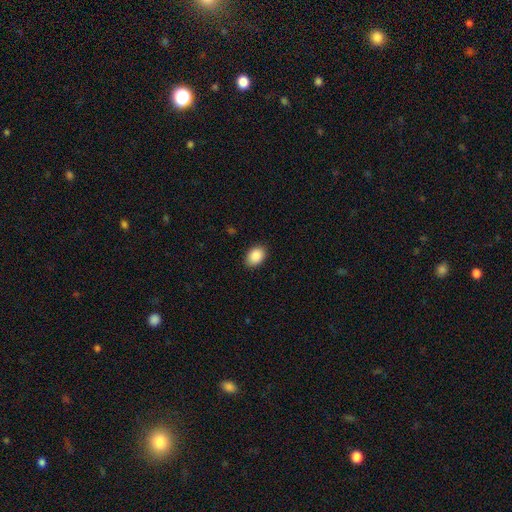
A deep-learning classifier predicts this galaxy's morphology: Smooth or featured?
  - smooth: 90% *
  - star or artifact: 7%
  - featured or disk: 3%
How rounded?
  - in between: 75% *
  - round: 24%
  - cigar-shaped: 1%
Merging?
  - none: 88% *
  - minor disturbance: 9%
  - major disturbance: 2%
  - merger: 1%